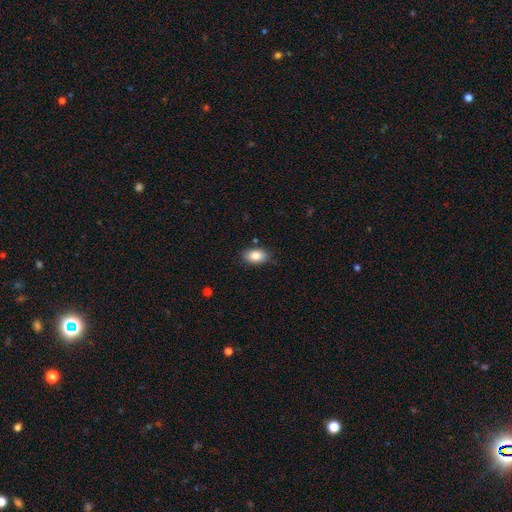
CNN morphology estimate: Overall: smooth (85%). How rounded: in between (91%). Merging: none (84%).